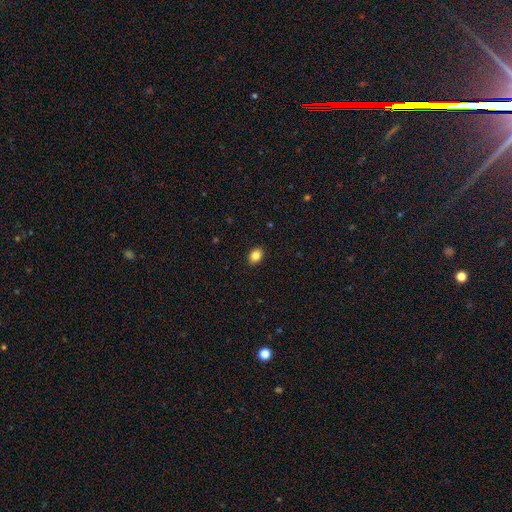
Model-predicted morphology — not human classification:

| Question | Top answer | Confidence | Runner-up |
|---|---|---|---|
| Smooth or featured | smooth | 85% | star or artifact (10%) |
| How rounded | in between | 65% | round (34%) |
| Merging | none | 91% | minor disturbance (7%) |